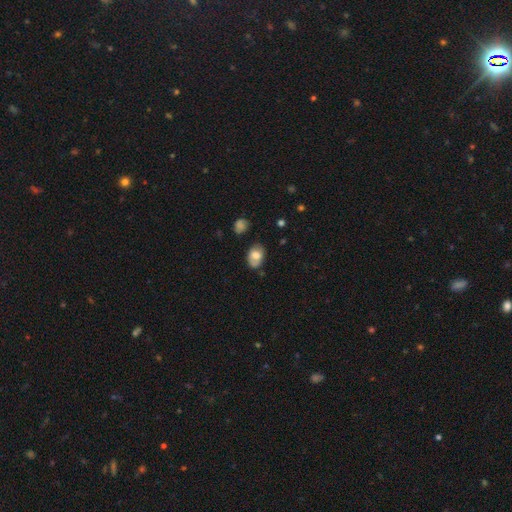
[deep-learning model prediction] This is likely a smooth galaxy (72%). How rounded: clearly in between (84%). Merging: likely none (64%).